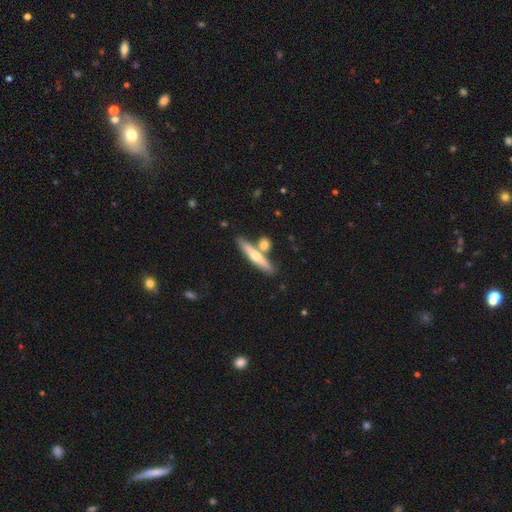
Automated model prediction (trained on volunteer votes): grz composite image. It shows a smooth galaxy with no disk features (47%, tied with featured or disk). Merging: none (71%).